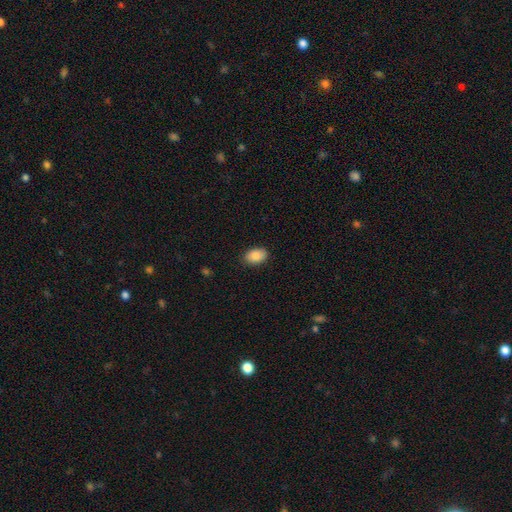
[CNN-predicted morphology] Overall: smooth (87%). How rounded: in between (87%). Merging: none (88%).